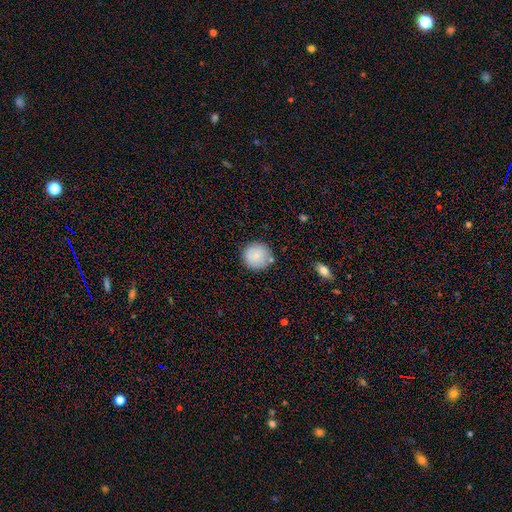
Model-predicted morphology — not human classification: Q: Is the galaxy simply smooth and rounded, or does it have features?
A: smooth — 83%.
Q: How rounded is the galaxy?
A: round — 94%.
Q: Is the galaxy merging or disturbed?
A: none — 81%.